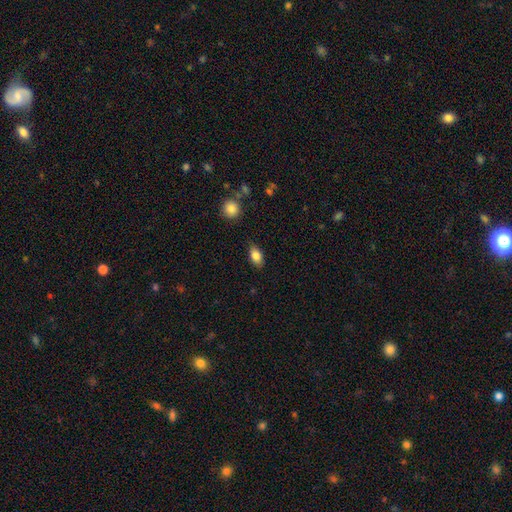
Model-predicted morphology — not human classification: smooth_or_featured: smooth (p=0.82) [alt: featured or disk p=0.10]
how_rounded: in between (p=0.85) [alt: round p=0.10]
merging: none (p=0.82) [alt: minor disturbance p=0.14]